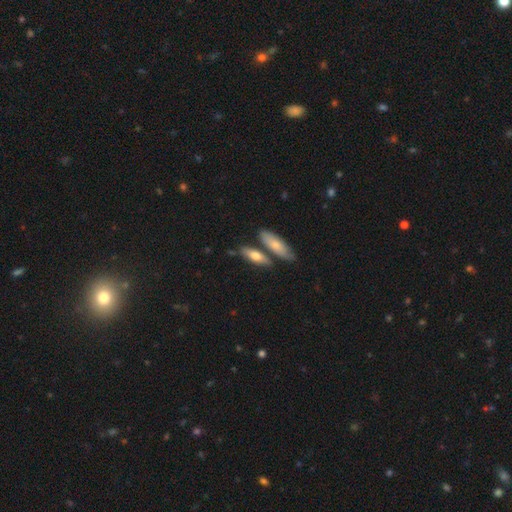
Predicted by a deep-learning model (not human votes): Overall: smooth (68%). How rounded: in between (52%; cigar-shaped 45%). Merging: none (62%; merger 23%).